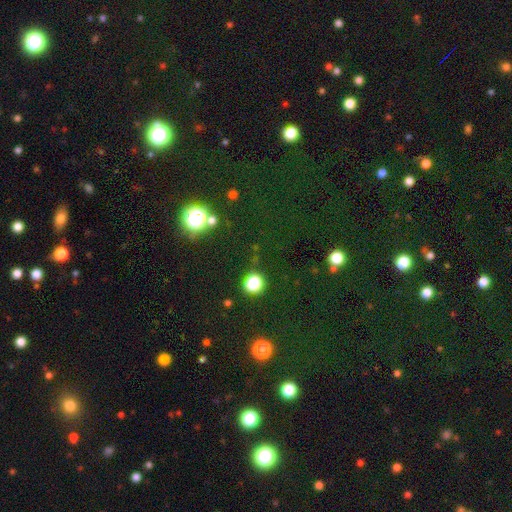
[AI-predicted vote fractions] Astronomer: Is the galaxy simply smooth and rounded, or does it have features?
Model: star or artifact — 72%.